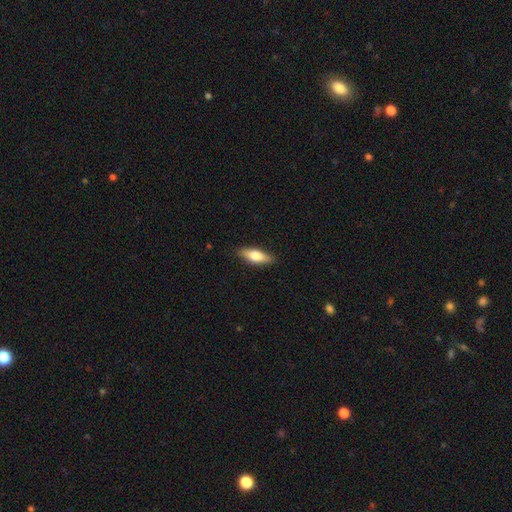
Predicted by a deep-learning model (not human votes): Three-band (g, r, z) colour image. It shows a smooth galaxy with no disk features (67%) that is in between round and cigar-shaped (60%). Merging: none (87%).